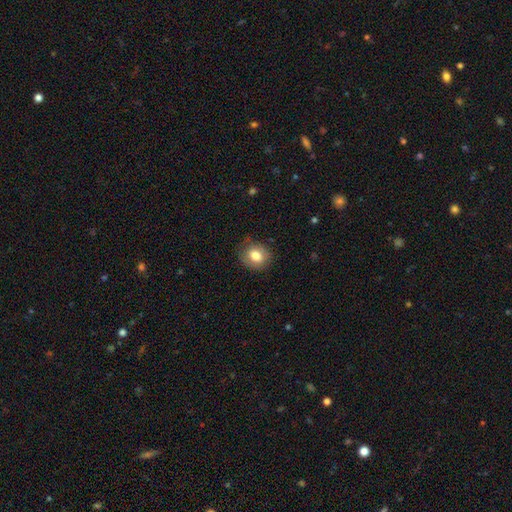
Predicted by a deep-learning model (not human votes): The model was most divided on "how rounded": round: 66%, in between: 33%, cigar-shaped: 1%. More confident: smooth or featured — smooth (79%); merging — none (78%).